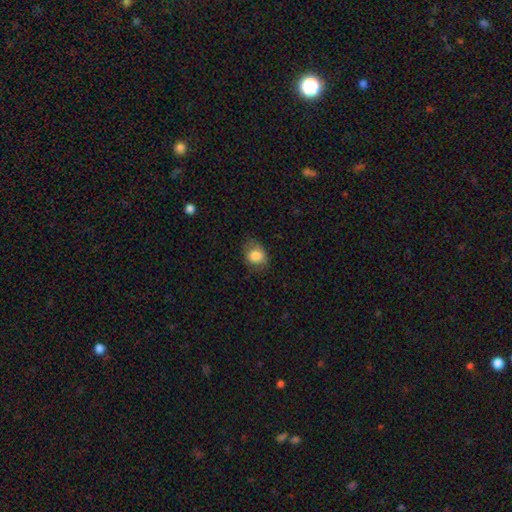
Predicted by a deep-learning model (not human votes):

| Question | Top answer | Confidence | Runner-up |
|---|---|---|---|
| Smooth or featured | smooth | 82% | featured or disk (10%) |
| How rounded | round | 54% | in between (45%) |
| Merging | none | 66% | minor disturbance (24%) |